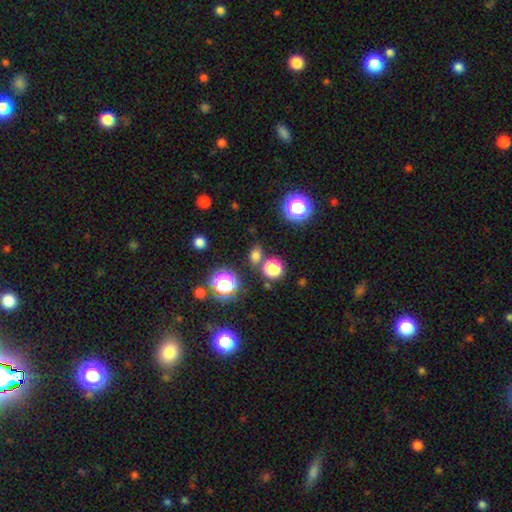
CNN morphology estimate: smooth-or-featured: smooth: 70% | star or artifact: 24% | featured or disk: 6%
  how-rounded: round: 52% | in between: 46% | cigar-shaped: 2%
  merging: none: 76% | merger: 11% | minor disturbance: 10% | major disturbance: 4%